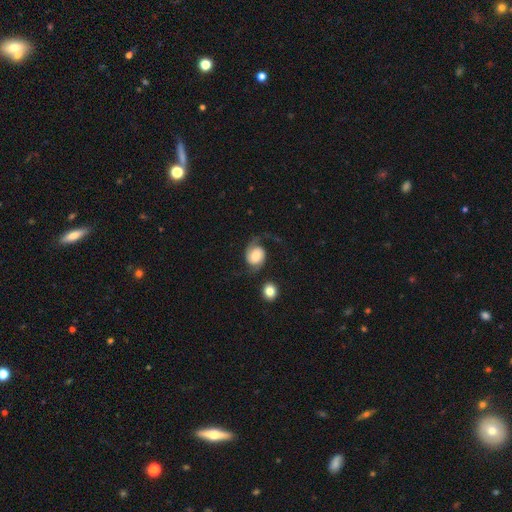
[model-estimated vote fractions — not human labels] This is likely a featured or disk galaxy (68%). It is clearly not viewed edge-on (98%). Bar: likely no (66%). Spiral arm pattern: clearly yes (94%). Spiral arm count: clearly 2 (89%). Spiral winding: possibly loose (59%). Central bulge: marginally large (33%). Merging: possibly none (57%).